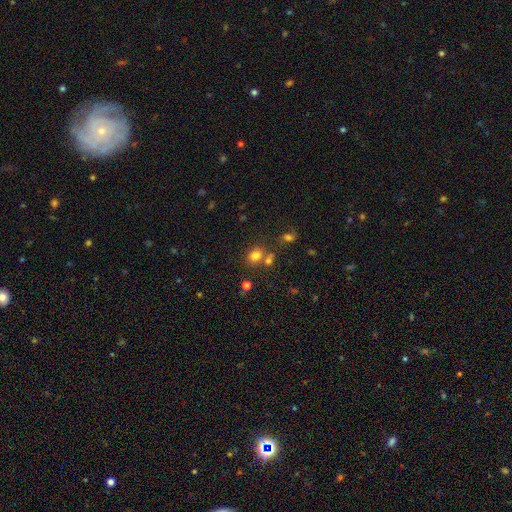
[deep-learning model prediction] Q: Smooth or featured?
A: smooth (77%); runner-up: star or artifact (15%)
Q: How rounded?
A: round (59%); runner-up: in between (40%)
Q: Merging?
A: none (62%); runner-up: merger (22%)